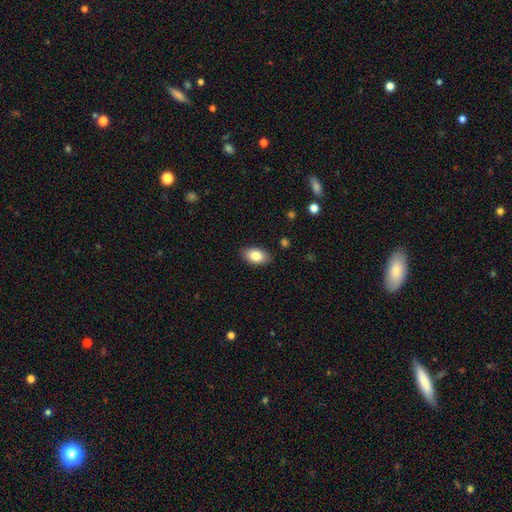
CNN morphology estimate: This appears to be a smooth galaxy with no disk features (82%) that is in between round and cigar-shaped (91%). Merging: none (87%).